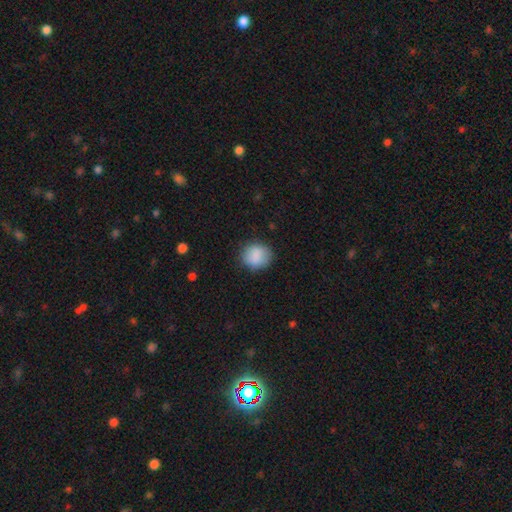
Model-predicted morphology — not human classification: Smooth or featured? Predicted: smooth (p=0.84). How rounded? Predicted: round (p=0.79). Merging? Predicted: none (p=0.82).